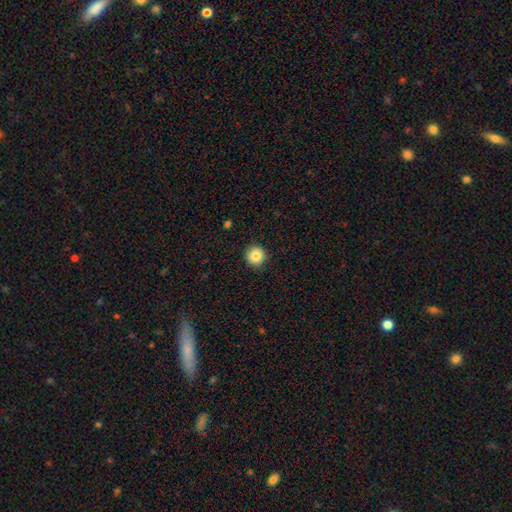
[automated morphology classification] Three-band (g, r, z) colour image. It shows a smooth galaxy with no disk features (84%) that is round (95%). Merging: none (92%).